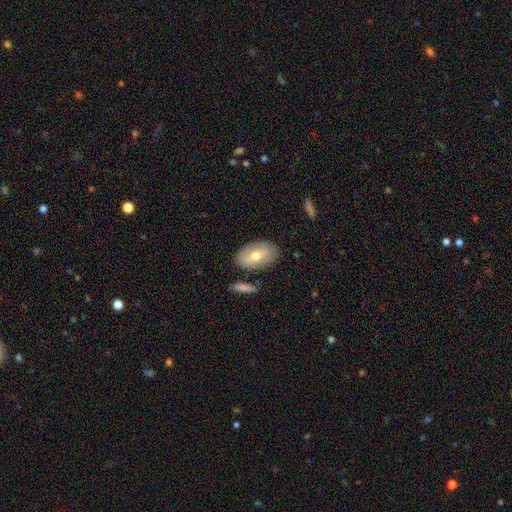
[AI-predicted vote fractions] smooth-or-featured: smooth: 61% | featured or disk: 32% | star or artifact: 7%
  how-rounded: in between: 90% | round: 9% | cigar-shaped: 2%
  merging: none: 80% | minor disturbance: 12% | merger: 4% | major disturbance: 3%